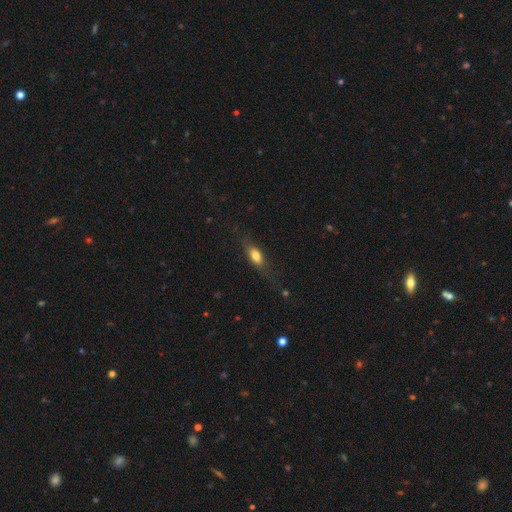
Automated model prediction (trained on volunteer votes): Overall: smooth (69%). How rounded: in between (69%). Merging: none (60%; minor disturbance 23%).